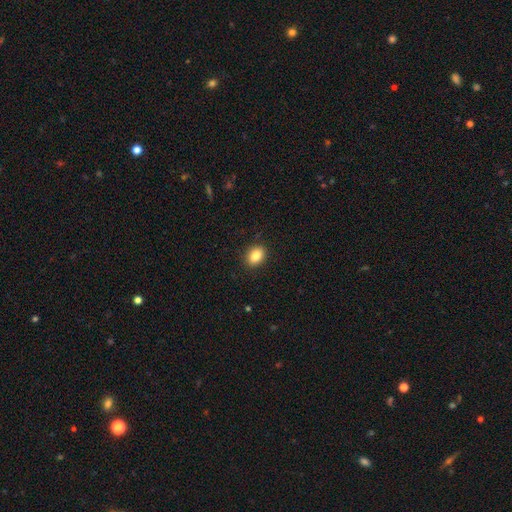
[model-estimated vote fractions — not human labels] smooth-or-featured: smooth: 86% | star or artifact: 9% | featured or disk: 5%
  how-rounded: in between: 72% | round: 27% | cigar-shaped: 1%
  merging: none: 89% | minor disturbance: 8% | major disturbance: 2% | merger: 1%